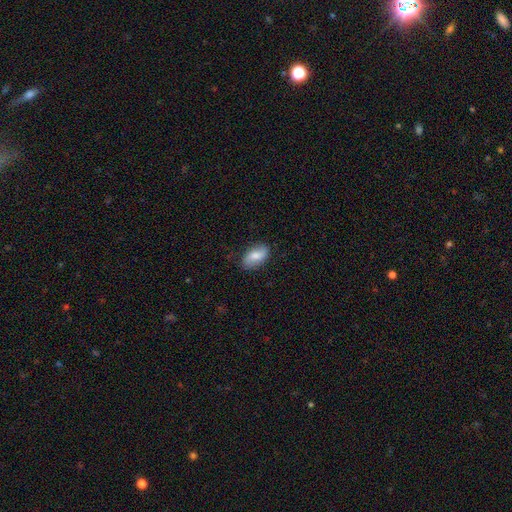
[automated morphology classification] Smooth or featured?
  - smooth: 70% *
  - featured or disk: 23%
  - star or artifact: 7%
How rounded?
  - in between: 91% *
  - round: 5%
  - cigar-shaped: 3%
Merging?
  - none: 80% *
  - minor disturbance: 16%
  - major disturbance: 3%
  - merger: 1%